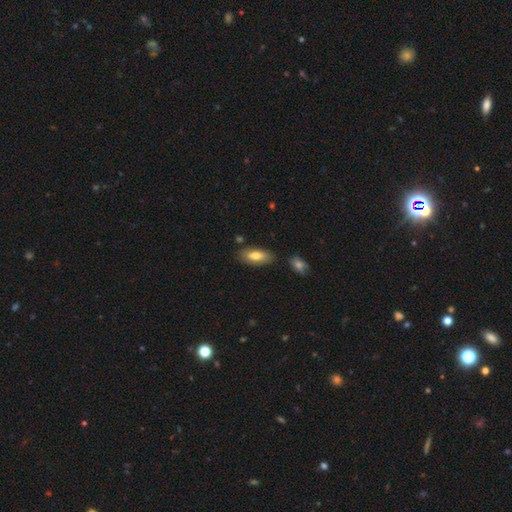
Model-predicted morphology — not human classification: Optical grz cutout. It shows a smooth galaxy with no disk features (73%) that is in between round and cigar-shaped (82%). Merging: none (81%).